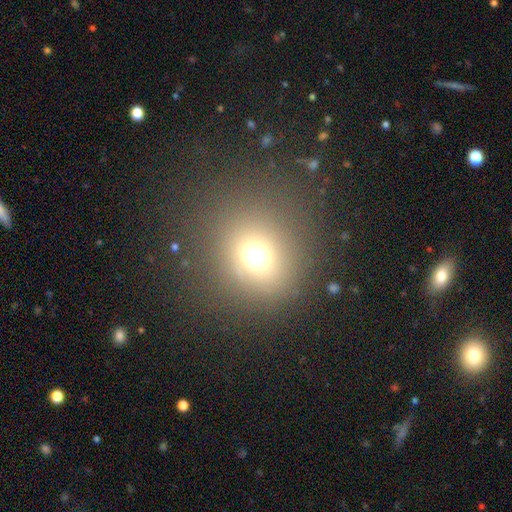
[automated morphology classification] smooth_or_featured: smooth (p=0.64) [alt: star or artifact p=0.24]
how_rounded: round (p=0.81) [alt: in between p=0.18]
merging: none (p=0.76) [alt: minor disturbance p=0.11]